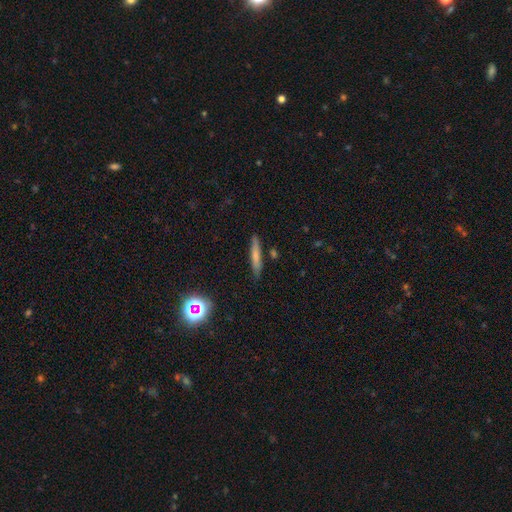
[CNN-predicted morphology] smooth-or-featured: smooth: 67% | featured or disk: 23% | star or artifact: 10%
  how-rounded: cigar-shaped: 91% | in between: 7% | round: 2%
  merging: none: 84% | minor disturbance: 11% | merger: 3% | major disturbance: 2%